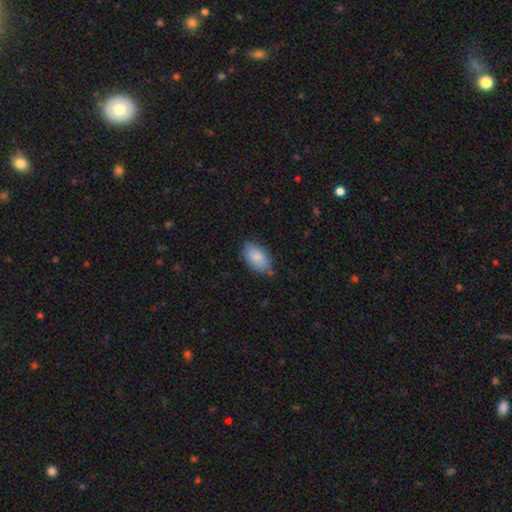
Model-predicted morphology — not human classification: Smooth or featured: smooth — 84% (featured or disk — 9%)
How rounded: in between — 94% (round — 4%)
Merging: none — 78% (minor disturbance — 17%)